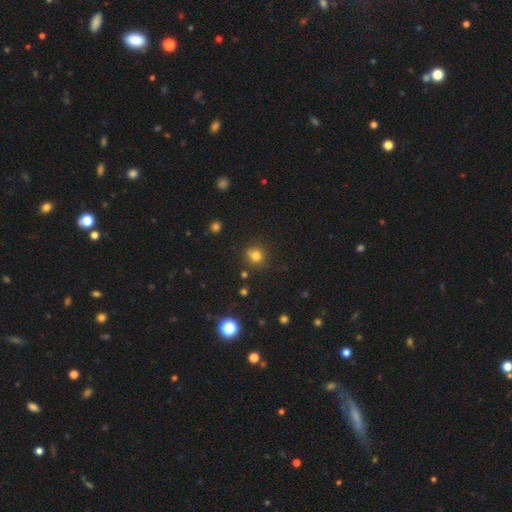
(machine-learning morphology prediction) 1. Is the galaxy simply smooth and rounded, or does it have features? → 77% smooth, 16% star or artifact, 7% featured or disk.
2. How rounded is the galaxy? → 89% round, 10% in between, 1% cigar-shaped.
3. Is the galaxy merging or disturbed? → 77% none, 12% minor disturbance, 8% merger, 4% major disturbance.